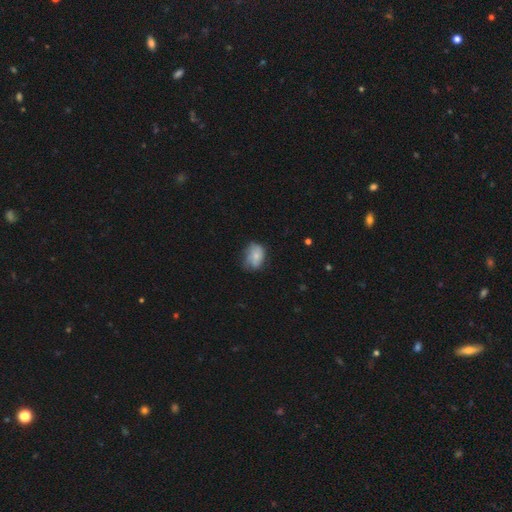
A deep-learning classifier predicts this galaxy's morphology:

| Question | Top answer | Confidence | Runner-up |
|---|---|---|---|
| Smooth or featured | smooth | 72% | featured or disk (20%) |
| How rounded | in between | 73% | round (26%) |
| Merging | none | 46% | minor disturbance (38%) |